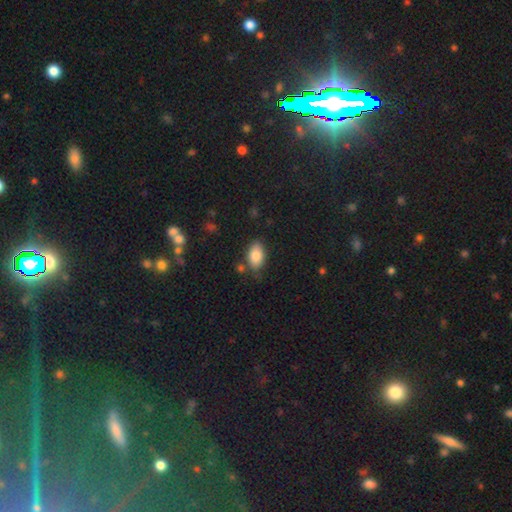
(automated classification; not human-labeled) This appears to be a smooth galaxy with no disk features (84%) that is in between round and cigar-shaped (91%). Merging: none (74%).